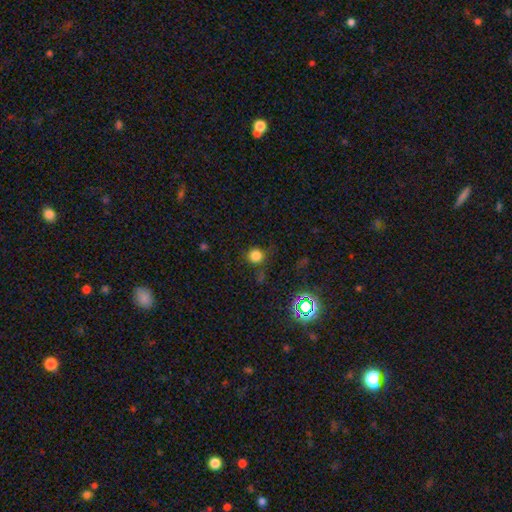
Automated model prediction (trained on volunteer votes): This is likely a smooth galaxy (78%). How rounded: clearly round (93%). Merging: clearly none (80%).